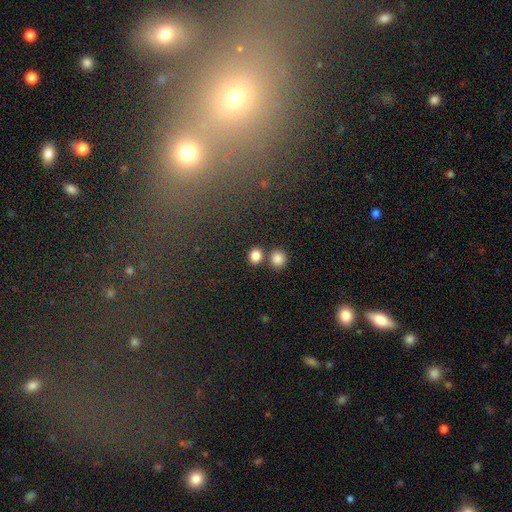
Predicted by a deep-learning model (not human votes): smooth 84%, star or artifact 11%, featured or disk 5%. Down the decision tree: how rounded — round (80%); merging — none (70%).